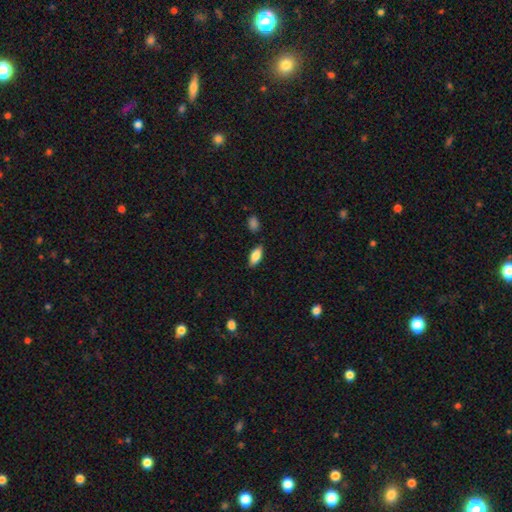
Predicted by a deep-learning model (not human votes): A smooth galaxy with no disk features (84%) that is in between round and cigar-shaped (87%). Merging: none (84%).